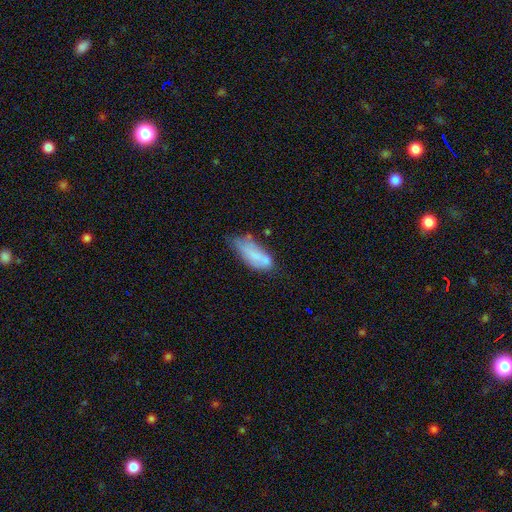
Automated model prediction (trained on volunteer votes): This is likely a smooth galaxy (66%). How rounded: likely in between (73%). Merging: marginally none (37%).